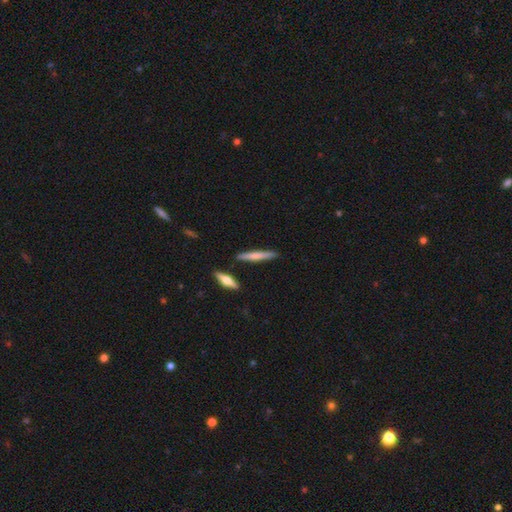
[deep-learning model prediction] This appears to be a smooth galaxy with no disk features (62%) that is cigar-shaped (93%). Merging: none (87%).